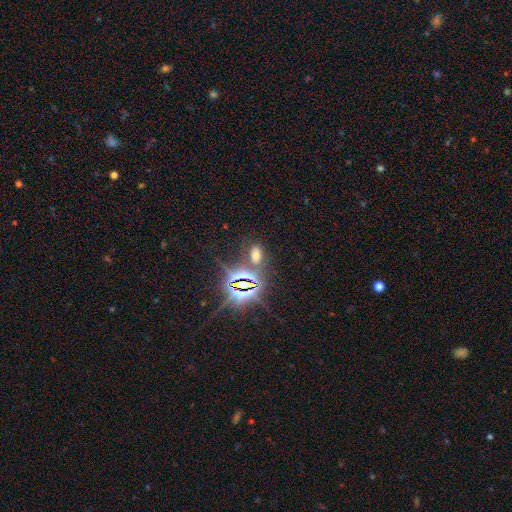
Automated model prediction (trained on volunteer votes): smooth-or-featured: star or artifact: 47% | smooth: 43% | featured or disk: 10%